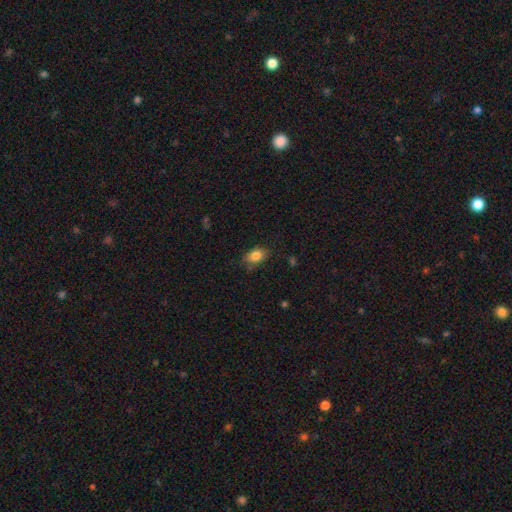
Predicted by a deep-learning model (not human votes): Smooth or featured? Predicted: smooth (p=0.84). How rounded? Predicted: in between (p=0.83). Merging? Predicted: none (p=0.76).